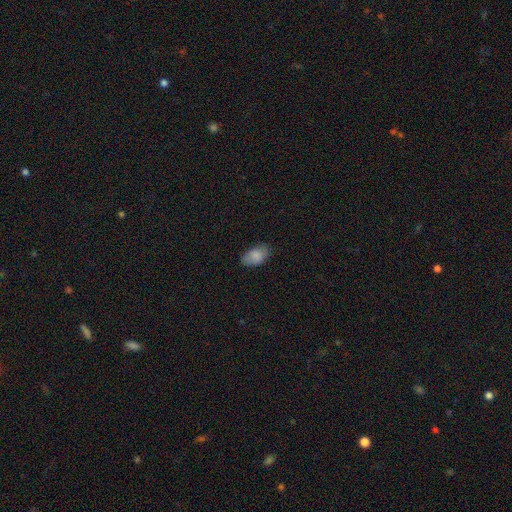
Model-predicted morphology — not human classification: A smooth galaxy with no disk features (83%) that is in between round and cigar-shaped (93%). Merging: none (73%).